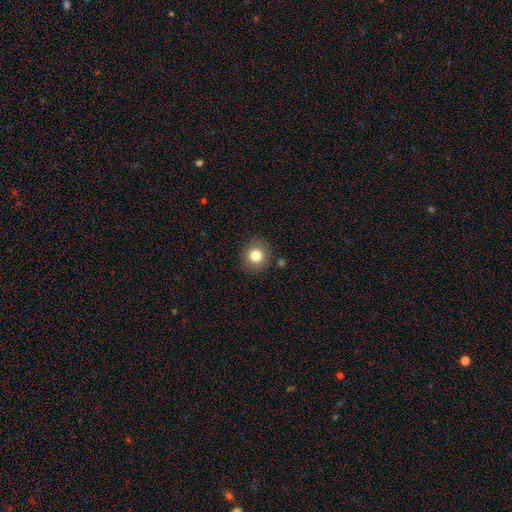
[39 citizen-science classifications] A smooth galaxy with no disk features (85%) that is round (76%).

Vote fractions:
- Smooth or featured? smooth: 85% / featured or disk: 8% / star or artifact: 8%
- How rounded? round: 76% / in between: 24% / cigar-shaped: 0%
- Merging? none: 94% / minor disturbance: 3% / major disturbance: 3% / merger: 0%